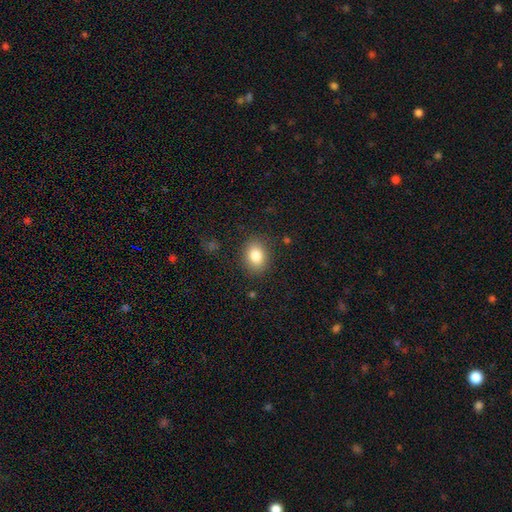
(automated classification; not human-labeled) Smooth or featured? Predicted: smooth (p=0.83). How rounded? Predicted: in between (p=0.60). Merging? Predicted: none (p=0.86).